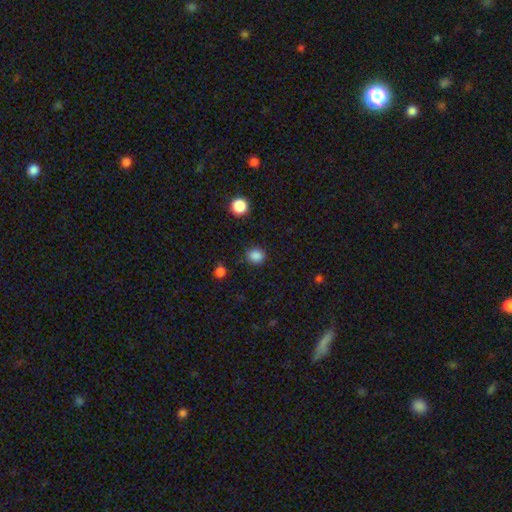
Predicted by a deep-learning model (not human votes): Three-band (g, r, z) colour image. It shows a smooth galaxy with no disk features (85%) that is round (77%). Merging: none (86%).